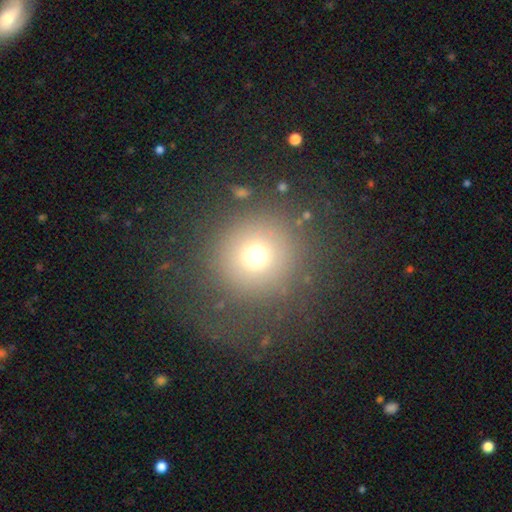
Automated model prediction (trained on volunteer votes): A smooth galaxy with no disk features (70%) that is round (95%). Merging: none (80%).